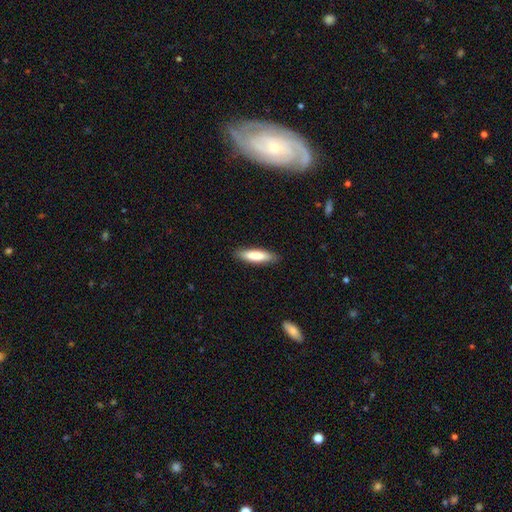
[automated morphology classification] smooth_or_featured: smooth (p=0.81) [alt: featured or disk p=0.14]
how_rounded: cigar-shaped (p=0.67) [alt: in between p=0.32]
merging: none (p=0.88) [alt: minor disturbance p=0.09]